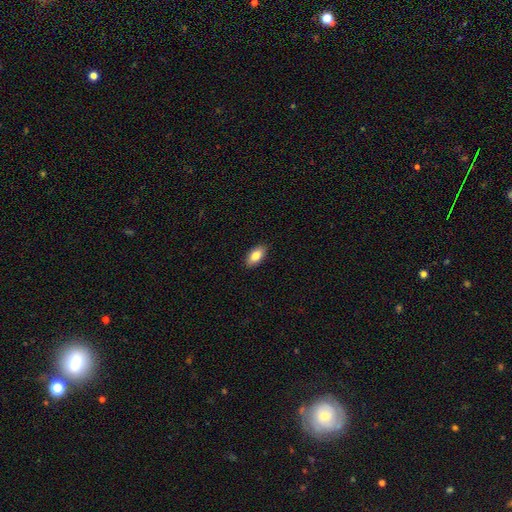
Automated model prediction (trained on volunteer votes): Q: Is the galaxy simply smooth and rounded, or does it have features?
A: smooth — 84%.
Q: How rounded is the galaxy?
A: in between — 93%.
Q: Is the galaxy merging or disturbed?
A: none — 89%.